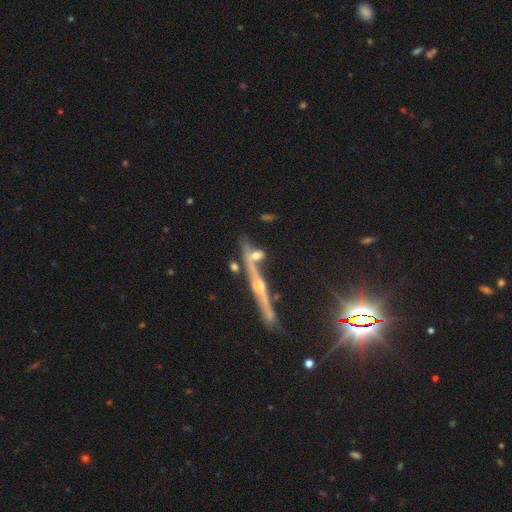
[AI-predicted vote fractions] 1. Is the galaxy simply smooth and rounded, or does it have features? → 51% featured or disk, 37% smooth, 11% star or artifact.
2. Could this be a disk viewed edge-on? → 72% yes, 28% no.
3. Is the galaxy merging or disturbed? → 39% merger, 38% none, 14% minor disturbance, 9% major disturbance.